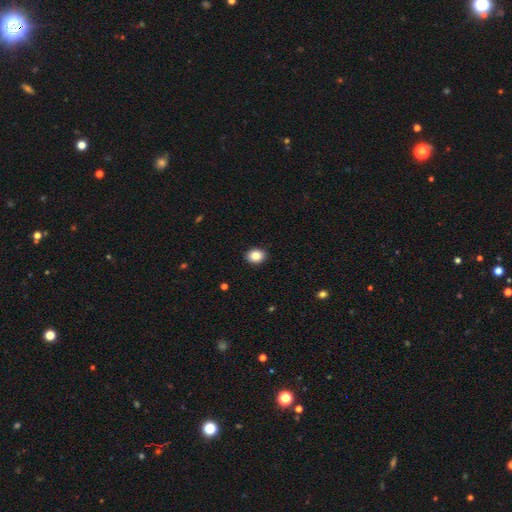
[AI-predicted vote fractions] Smooth or featured?
  - smooth: 86% *
  - star or artifact: 9%
  - featured or disk: 5%
How rounded?
  - round: 52% *
  - in between: 47%
  - cigar-shaped: 1%
Merging?
  - none: 91% *
  - minor disturbance: 6%
  - major disturbance: 2%
  - merger: 1%